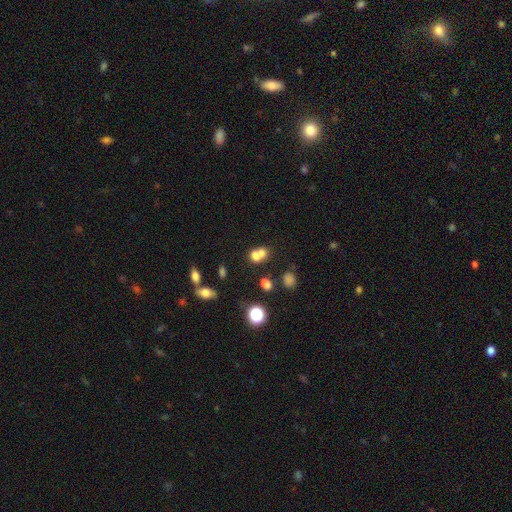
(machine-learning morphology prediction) Smooth or featured: smooth — 68% (star or artifact — 16%)
How rounded: round — 64% (in between — 35%)
Merging: merger — 58% (none — 30%)